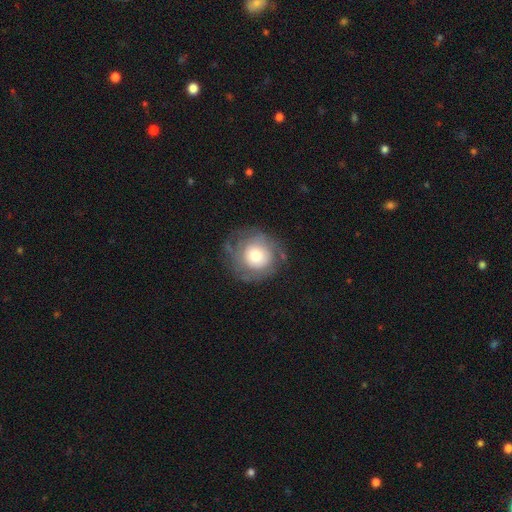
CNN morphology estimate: Q: Smooth or featured?
A: smooth (50%); runner-up: featured or disk (42%)
Q: Merging?
A: none (65%); runner-up: minor disturbance (20%)